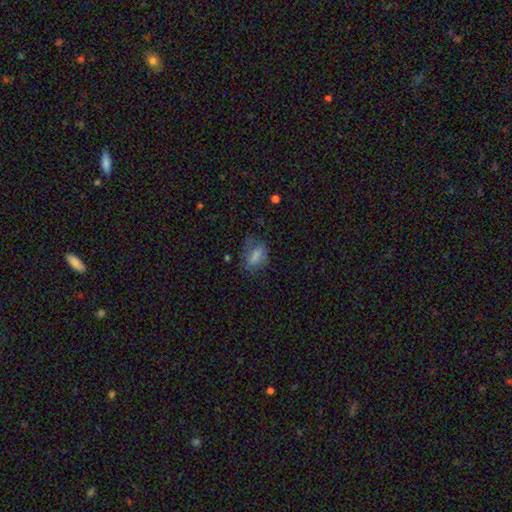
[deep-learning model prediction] Q: Smooth or featured?
A: smooth (71%); runner-up: featured or disk (17%)
Q: How rounded?
A: in between (80%); runner-up: round (12%)
Q: Merging?
A: none (51%); runner-up: minor disturbance (27%)